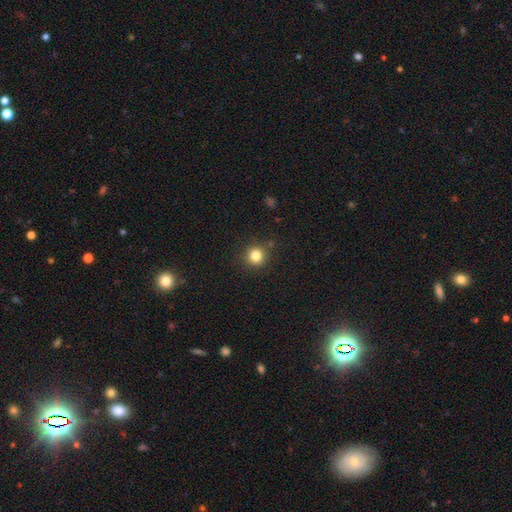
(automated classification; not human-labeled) Smooth or featured? Predicted: smooth (p=0.81). How rounded? Predicted: round (p=0.94). Merging? Predicted: none (p=0.90).